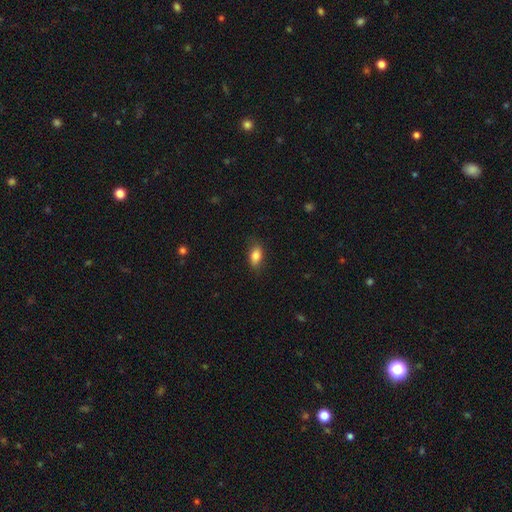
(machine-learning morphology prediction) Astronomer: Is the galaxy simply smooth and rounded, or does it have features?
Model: smooth — 83%.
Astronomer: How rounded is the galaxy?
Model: in between — 87%.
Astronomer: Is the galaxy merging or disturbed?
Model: none — 80%.